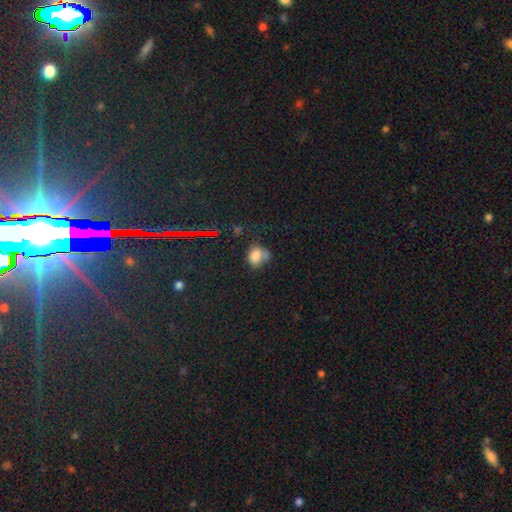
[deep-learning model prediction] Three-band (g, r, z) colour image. It shows a smooth galaxy with no disk features (75%) that is in between round and cigar-shaped (56%). Merging: none (40%).